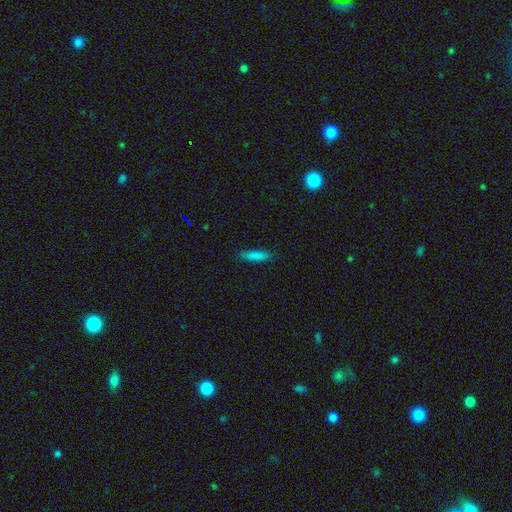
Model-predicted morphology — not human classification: type=smooth (84%); roundness=cigar-shaped (73%); merging=none (87%).